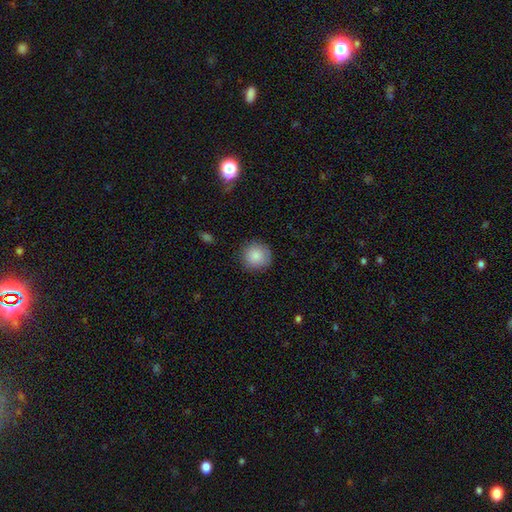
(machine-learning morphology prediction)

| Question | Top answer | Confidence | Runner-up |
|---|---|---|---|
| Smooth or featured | smooth | 87% | star or artifact (8%) |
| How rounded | round | 94% | in between (5%) |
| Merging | none | 88% | minor disturbance (9%) |